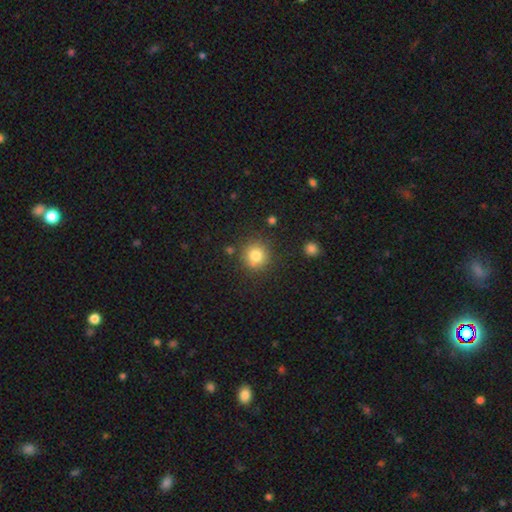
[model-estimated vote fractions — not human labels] smooth-or-featured: smooth: 81% | star or artifact: 11% | featured or disk: 8%
  how-rounded: round: 92% | in between: 7% | cigar-shaped: 1%
  merging: none: 83% | minor disturbance: 9% | merger: 4% | major disturbance: 3%